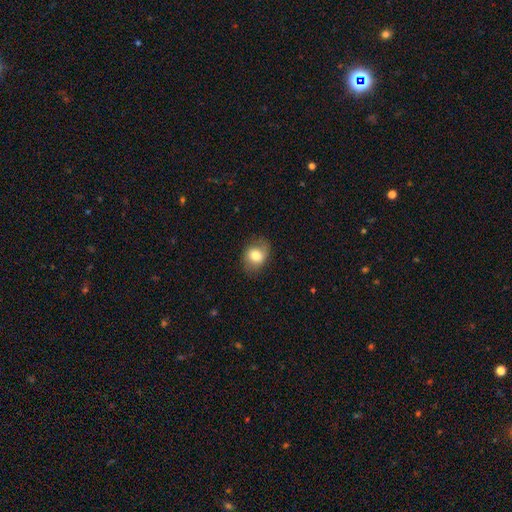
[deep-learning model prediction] Overall: smooth (72%). How rounded: in between (57%; round 42%). Merging: none (74%).